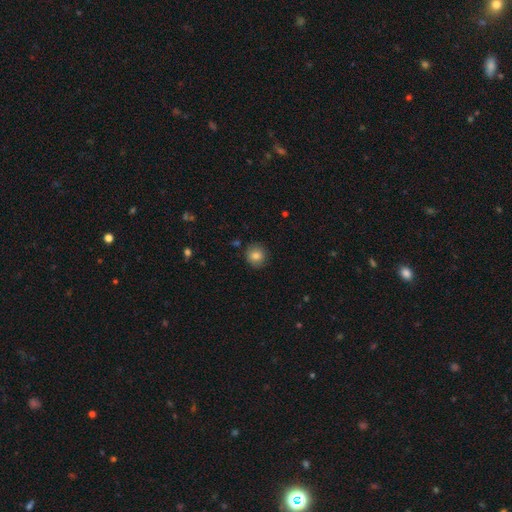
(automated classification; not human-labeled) Smooth or featured? smooth (82%)
How rounded? round (88%)
Merging? none (87%)